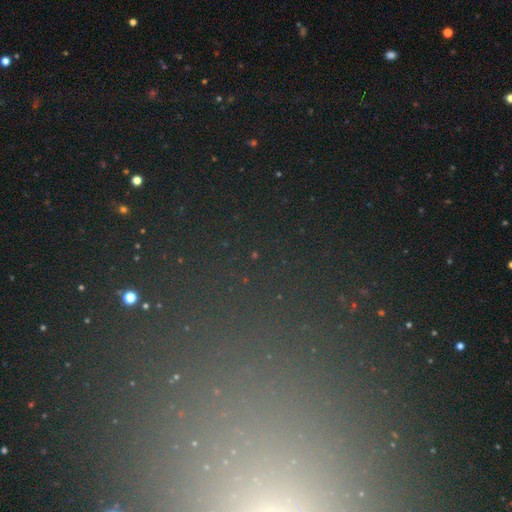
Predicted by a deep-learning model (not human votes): This appears to be a star or artifact, not a galaxy (70%).